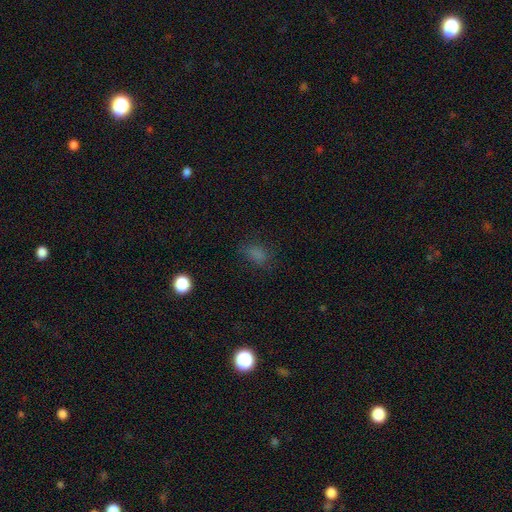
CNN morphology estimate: Overall: smooth (64%; star or artifact 27%). How rounded: in between (65%; round 32%). Merging: none (77%).